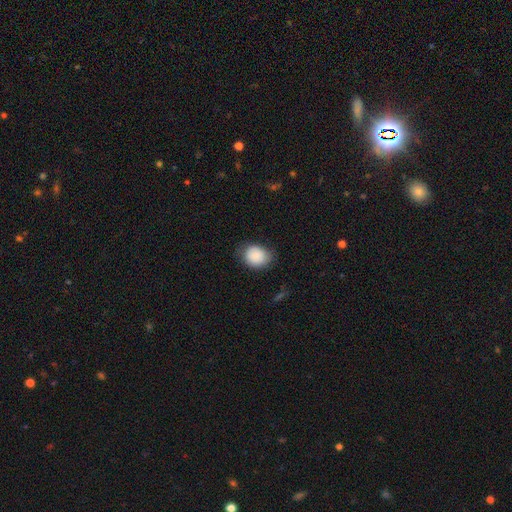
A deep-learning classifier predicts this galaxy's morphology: smooth_or_featured: smooth (p=0.85) [alt: featured or disk p=0.08]
how_rounded: round (p=0.60) [alt: in between p=0.39]
merging: none (p=0.69) [alt: minor disturbance p=0.24]